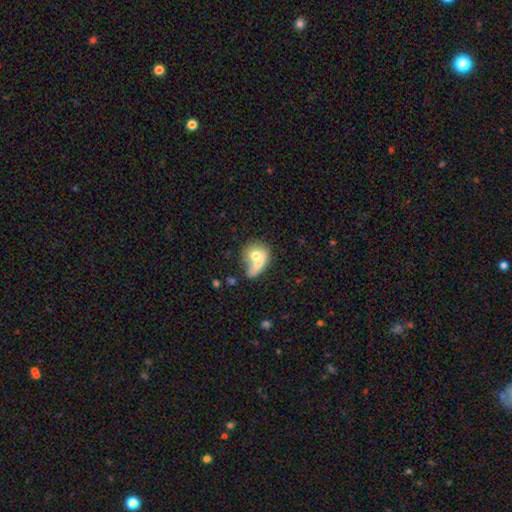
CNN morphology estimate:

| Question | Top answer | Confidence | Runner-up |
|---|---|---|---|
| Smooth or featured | smooth | 68% | featured or disk (24%) |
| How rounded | round | 52% | in between (45%) |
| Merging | merger | 51% | none (22%) |